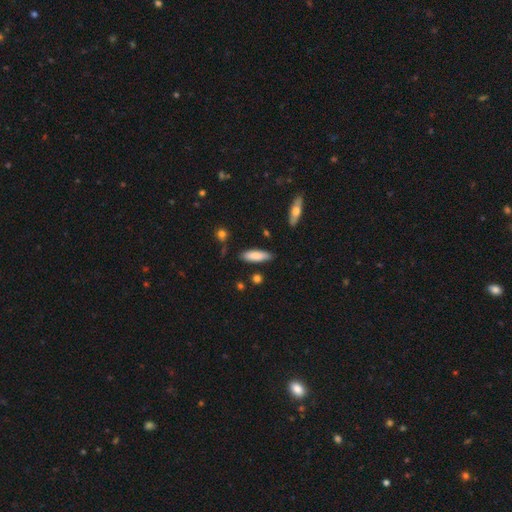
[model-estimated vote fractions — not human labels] smooth_or_featured: smooth (p=0.82) [alt: featured or disk p=0.12]
how_rounded: cigar-shaped (p=0.50) [alt: in between p=0.48]
merging: none (p=0.81) [alt: minor disturbance p=0.14]